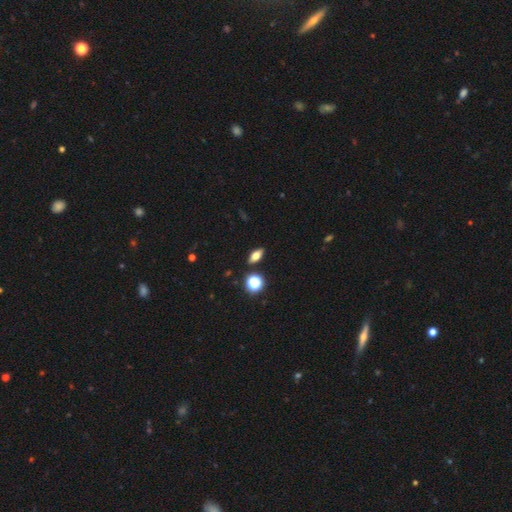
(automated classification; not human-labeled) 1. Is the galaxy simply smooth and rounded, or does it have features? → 60% smooth, 27% featured or disk, 14% star or artifact.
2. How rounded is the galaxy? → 72% in between, 16% cigar-shaped, 12% round.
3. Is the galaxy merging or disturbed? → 87% none, 8% minor disturbance, 3% merger, 2% major disturbance.